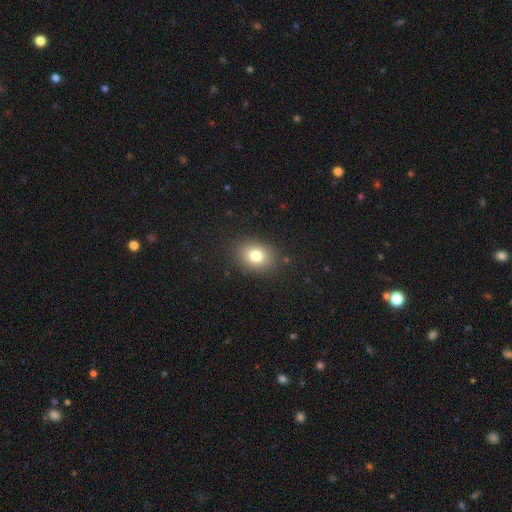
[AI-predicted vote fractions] This is likely a smooth galaxy (79%). How rounded: likely in between (62%). Merging: clearly none (86%).